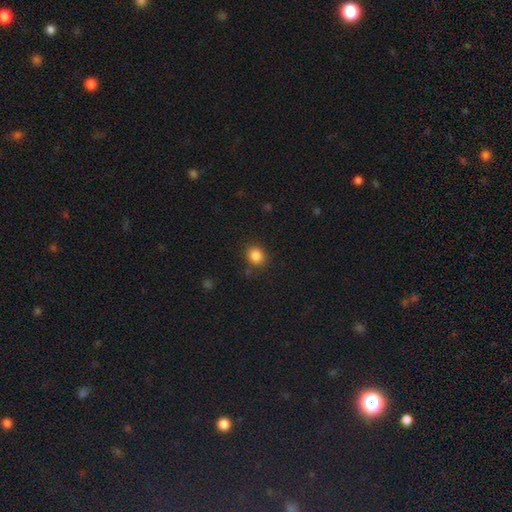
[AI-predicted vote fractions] A smooth galaxy with no disk features (85%) that is round (68%).

Vote fractions:
- Smooth or featured? smooth: 85% / star or artifact: 10% / featured or disk: 4%
- How rounded? round: 68% / in between: 31% / cigar-shaped: 1%
- Merging? none: 83% / minor disturbance: 11% / major disturbance: 3% / merger: 3%